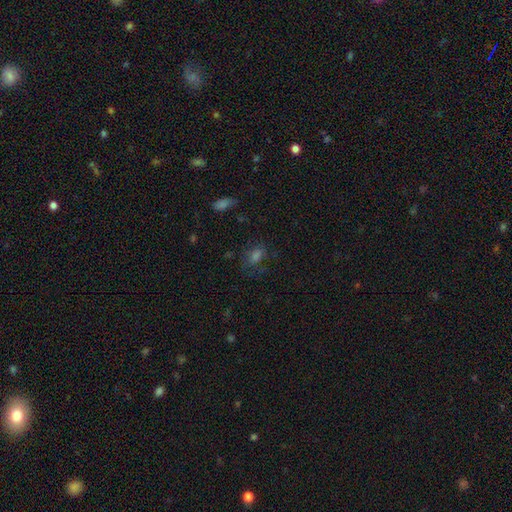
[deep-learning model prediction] A smooth galaxy with no disk features (51%) that is in between round and cigar-shaped (73%).

Vote fractions:
- Smooth or featured? smooth: 51% / star or artifact: 31% / featured or disk: 18%
- How rounded? in between: 73% / round: 23% / cigar-shaped: 4%
- Merging? none: 63% / minor disturbance: 19% / major disturbance: 16% / merger: 3%